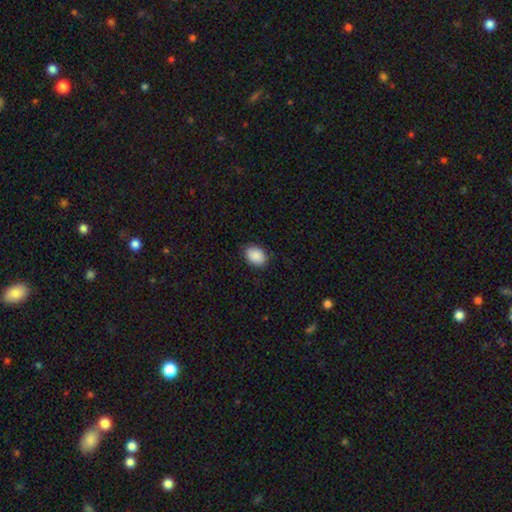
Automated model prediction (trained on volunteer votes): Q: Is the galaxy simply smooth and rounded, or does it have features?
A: smooth — 90%.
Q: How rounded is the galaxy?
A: in between — 79%.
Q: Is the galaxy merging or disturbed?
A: none — 85%.